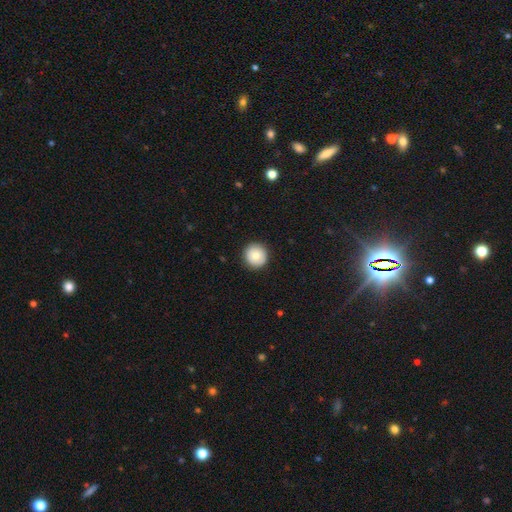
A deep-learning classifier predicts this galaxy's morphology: smooth 80%, featured or disk 13%, star or artifact 8%. Down the decision tree: how rounded — round (94%); merging — none (91%).